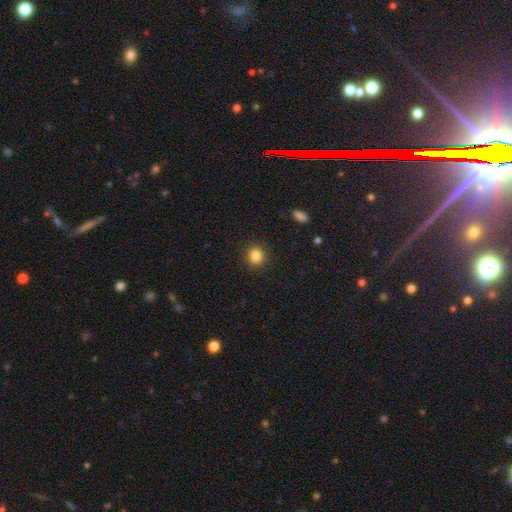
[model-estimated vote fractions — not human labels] The model was most divided on "how rounded": round: 81%, in between: 18%, cigar-shaped: 1%. More confident: merging — none (91%); smooth or featured — smooth (85%).